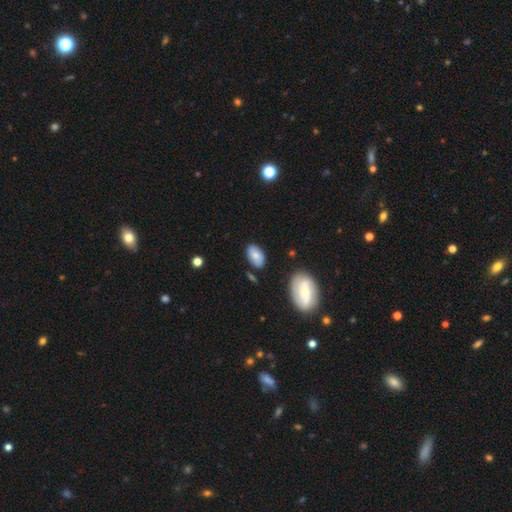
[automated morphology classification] smooth 76%, featured or disk 17%, star or artifact 8%. Down the decision tree: how rounded — in between (93%); merging — none (77%).